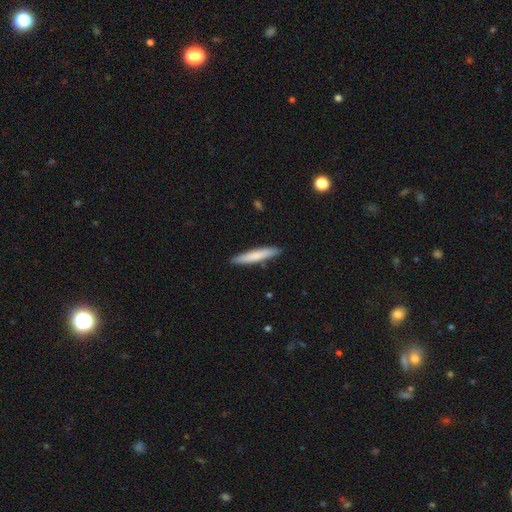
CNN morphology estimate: Smooth or featured? Predicted: smooth (p=0.75). How rounded? Predicted: cigar-shaped (p=0.93). Merging? Predicted: none (p=0.90).